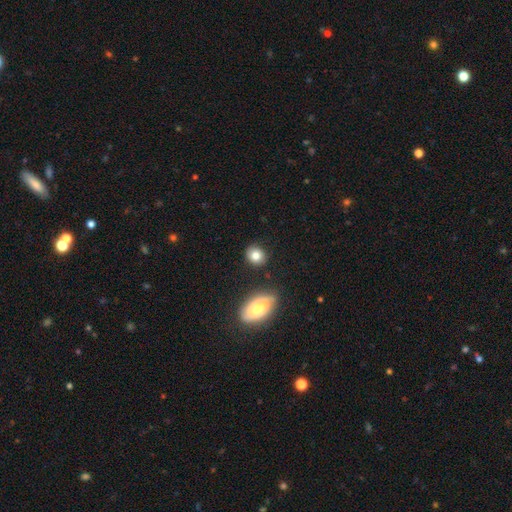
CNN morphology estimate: Smooth or featured? Predicted: smooth (p=0.83). How rounded? Predicted: round (p=0.74). Merging? Predicted: none (p=0.82).